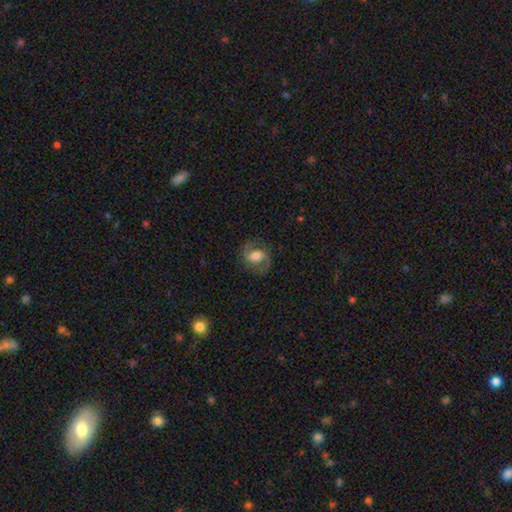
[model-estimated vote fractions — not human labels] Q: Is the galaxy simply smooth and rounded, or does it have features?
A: featured or disk — 71%.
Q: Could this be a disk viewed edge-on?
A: no — 97%.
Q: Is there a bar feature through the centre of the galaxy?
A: weak — 43%.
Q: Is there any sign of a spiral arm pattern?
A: yes — 89%.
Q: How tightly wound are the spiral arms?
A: medium — 52%.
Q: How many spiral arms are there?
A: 2 — 90%.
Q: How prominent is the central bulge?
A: moderate — 64%.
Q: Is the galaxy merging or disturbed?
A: none — 79%.